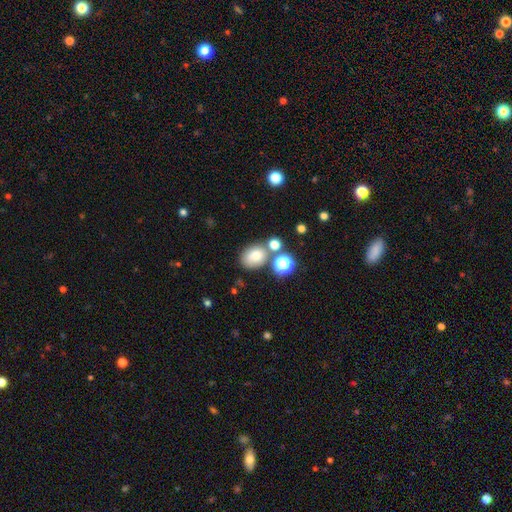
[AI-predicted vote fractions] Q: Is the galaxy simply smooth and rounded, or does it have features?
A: smooth — 75%.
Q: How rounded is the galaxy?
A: in between — 64%.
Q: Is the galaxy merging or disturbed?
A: none — 57%.